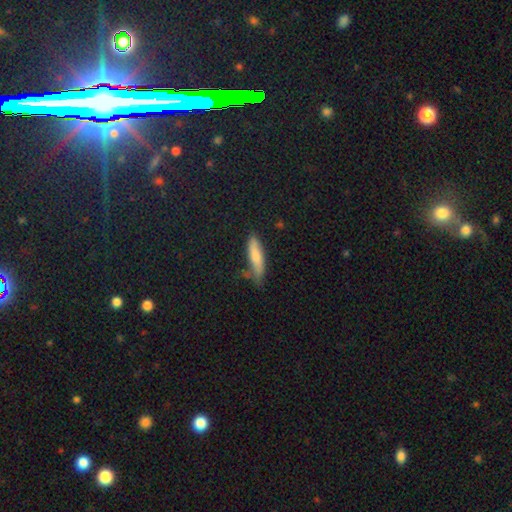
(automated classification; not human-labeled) smooth-or-featured: smooth: 73% | featured or disk: 20% | star or artifact: 7%
  how-rounded: cigar-shaped: 68% | in between: 30% | round: 2%
  merging: none: 57% | minor disturbance: 30% | major disturbance: 8% | merger: 5%